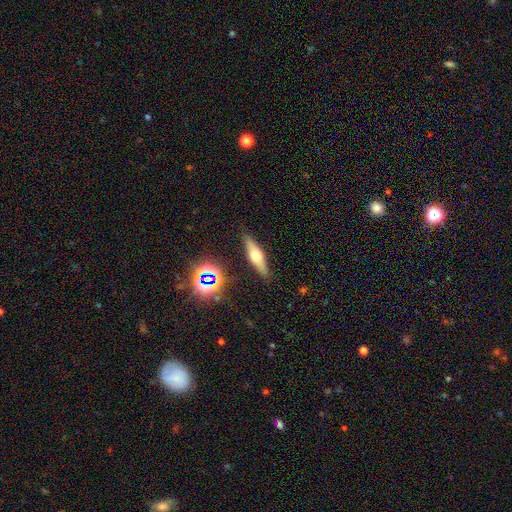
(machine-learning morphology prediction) Q: Smooth or featured?
A: featured or disk (53%); runner-up: smooth (35%)
Q: Edge-on disk?
A: yes (92%); runner-up: no (8%)
Q: Merging?
A: none (87%); runner-up: minor disturbance (9%)